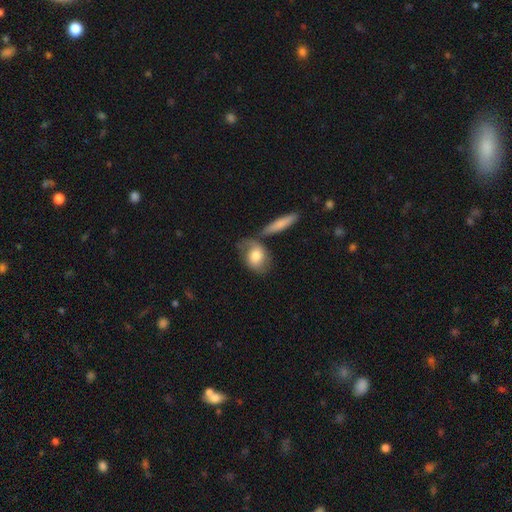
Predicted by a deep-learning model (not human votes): This appears to be a smooth galaxy with no disk features (69%) that is in between round and cigar-shaped (69%). Merging: none (45%).